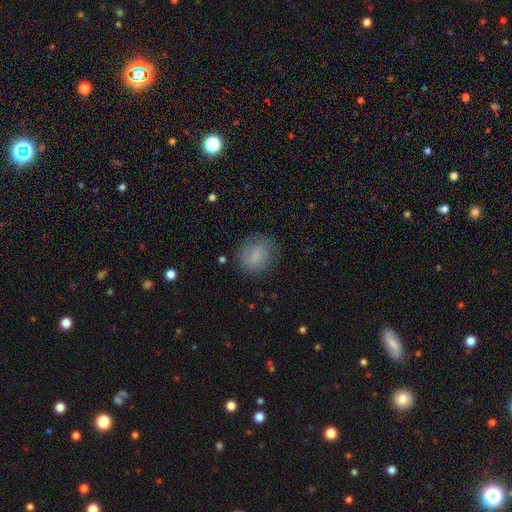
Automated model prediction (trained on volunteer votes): Smooth or featured? Predicted: smooth (p=0.70). How rounded? Predicted: round (p=0.64). Merging? Predicted: none (p=0.72).